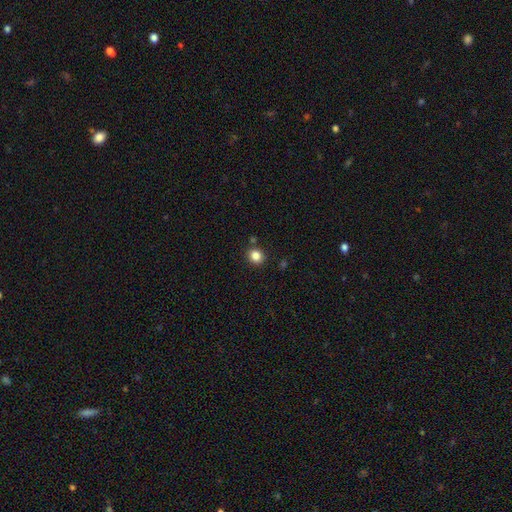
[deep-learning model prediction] Smooth or featured?
  - smooth: 84% *
  - star or artifact: 11%
  - featured or disk: 5%
How rounded?
  - round: 78% *
  - in between: 21%
  - cigar-shaped: 1%
Merging?
  - none: 86% *
  - minor disturbance: 8%
  - merger: 4%
  - major disturbance: 2%